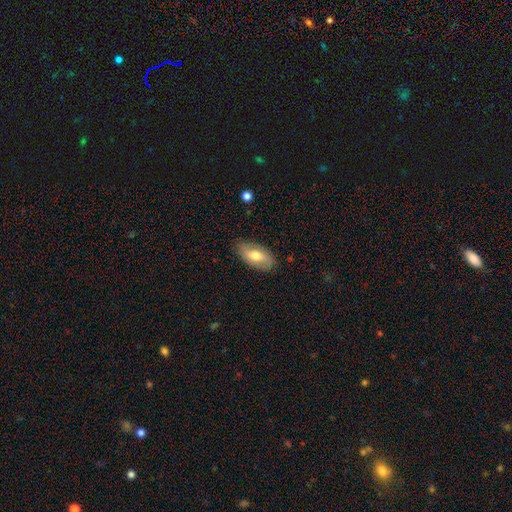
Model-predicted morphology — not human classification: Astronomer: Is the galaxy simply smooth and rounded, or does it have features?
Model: smooth — 60%.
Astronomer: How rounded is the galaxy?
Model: in between — 91%.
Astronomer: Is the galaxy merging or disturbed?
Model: none — 82%.